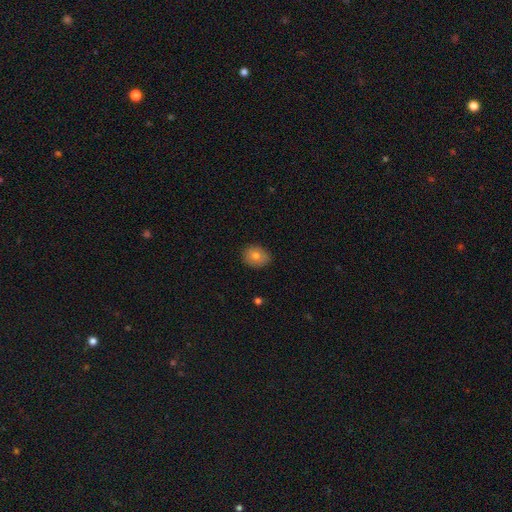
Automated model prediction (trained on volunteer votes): This appears to be a smooth galaxy with no disk features (77%) that is round (54%). Merging: none (85%).